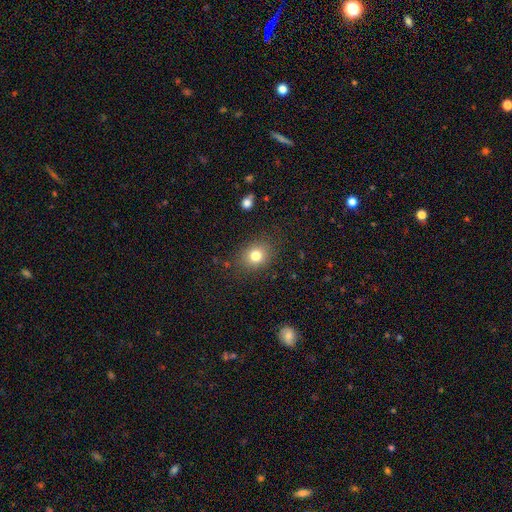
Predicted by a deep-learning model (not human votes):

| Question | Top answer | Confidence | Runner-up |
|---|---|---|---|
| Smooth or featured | smooth | 79% | star or artifact (13%) |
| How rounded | round | 62% | in between (37%) |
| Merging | none | 83% | minor disturbance (11%) |